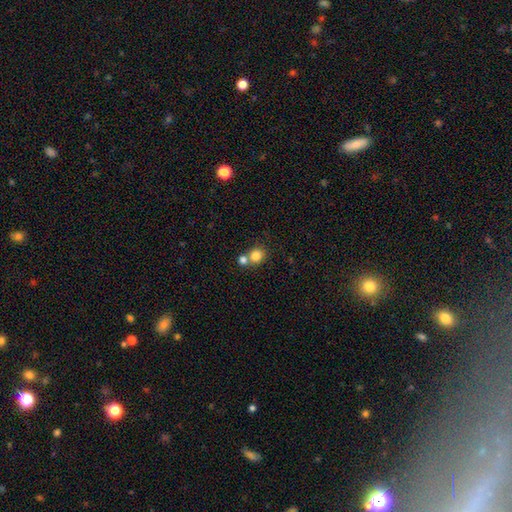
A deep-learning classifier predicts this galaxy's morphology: This appears to be a smooth galaxy with no disk features (82%) that is round (84%). Merging: none (50%).